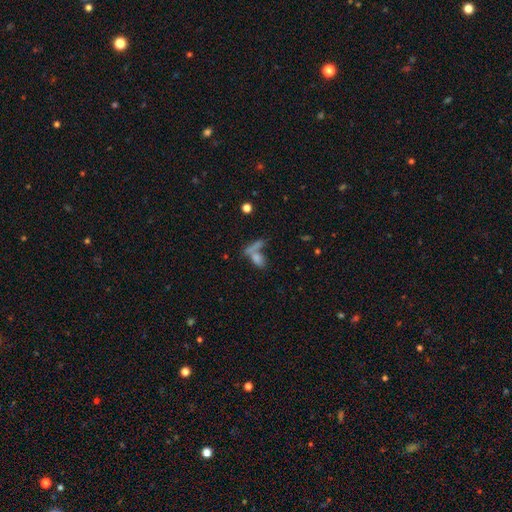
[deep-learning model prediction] A smooth galaxy with no disk features (74%) that is in between round and cigar-shaped (70%). Merging: merger (47%).